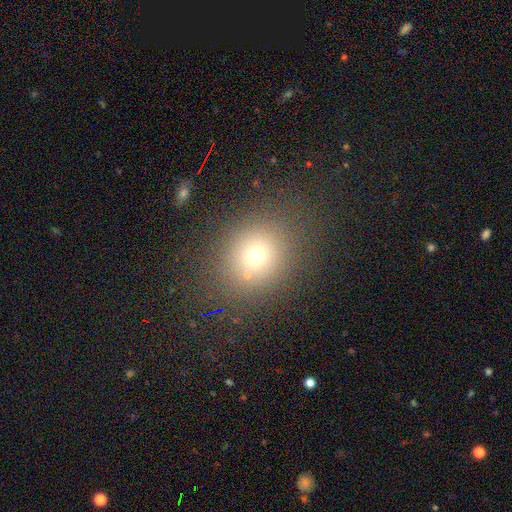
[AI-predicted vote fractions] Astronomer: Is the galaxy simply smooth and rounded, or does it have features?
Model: smooth — 68%.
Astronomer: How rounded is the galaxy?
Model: round — 79%.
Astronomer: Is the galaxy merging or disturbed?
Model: none — 79%.